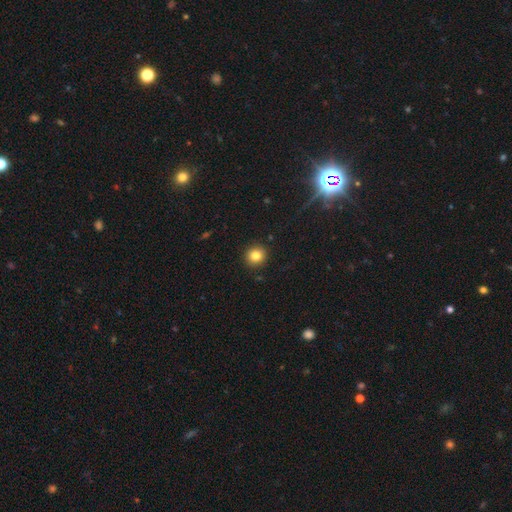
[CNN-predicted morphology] Smooth or featured? smooth (83%)
How rounded? round (91%)
Merging? none (91%)